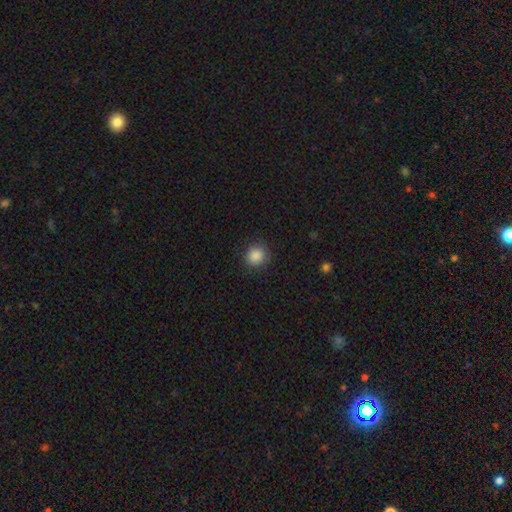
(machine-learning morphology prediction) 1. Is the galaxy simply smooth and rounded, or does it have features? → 87% smooth, 10% star or artifact, 3% featured or disk.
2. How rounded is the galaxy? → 84% round, 15% in between, 1% cigar-shaped.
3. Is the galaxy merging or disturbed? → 88% none, 8% minor disturbance, 3% major disturbance, 1% merger.